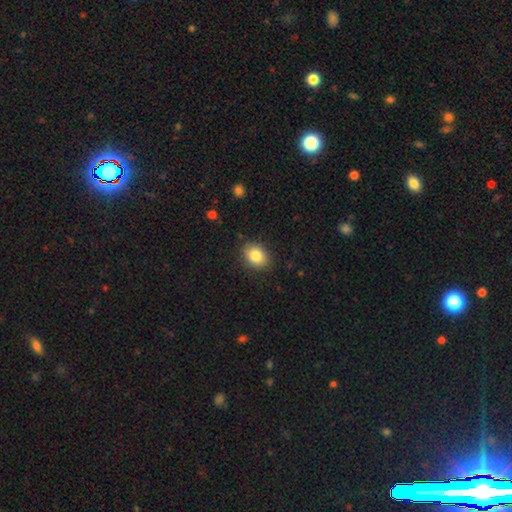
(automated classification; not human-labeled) smooth 85%, star or artifact 9%, featured or disk 7%. Down the decision tree: how rounded — in between (60%); merging — none (88%).